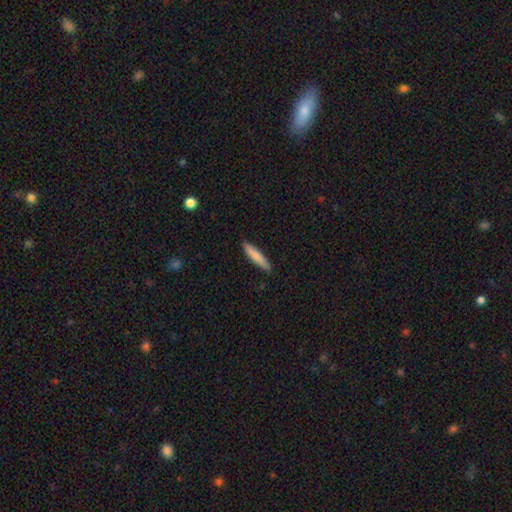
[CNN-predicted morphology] type=smooth (80%); roundness=cigar-shaped (87%); merging=none (88%).